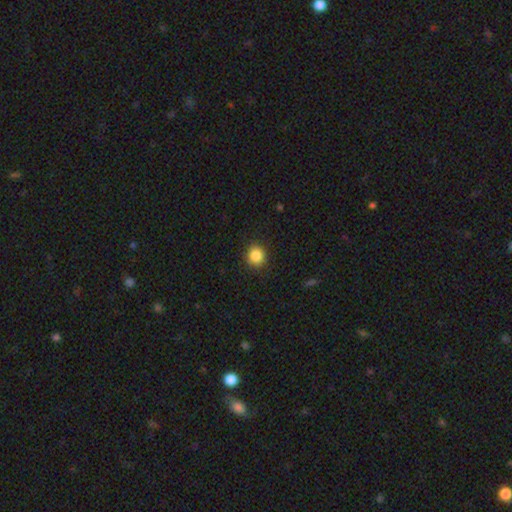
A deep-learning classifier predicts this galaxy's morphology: A smooth galaxy with no disk features (86%) that is round (87%).

Vote fractions:
- Smooth or featured? smooth: 86% / star or artifact: 10% / featured or disk: 4%
- How rounded? round: 87% / in between: 13% / cigar-shaped: 1%
- Merging? none: 90% / minor disturbance: 7% / major disturbance: 2% / merger: 1%